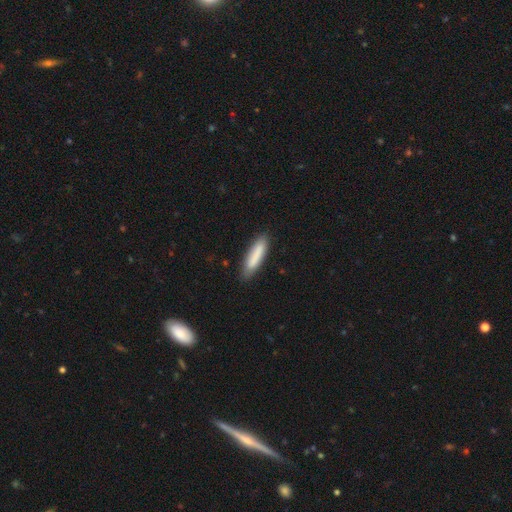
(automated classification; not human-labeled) Smooth or featured? smooth (84%)
How rounded? cigar-shaped (75%)
Merging? none (83%)